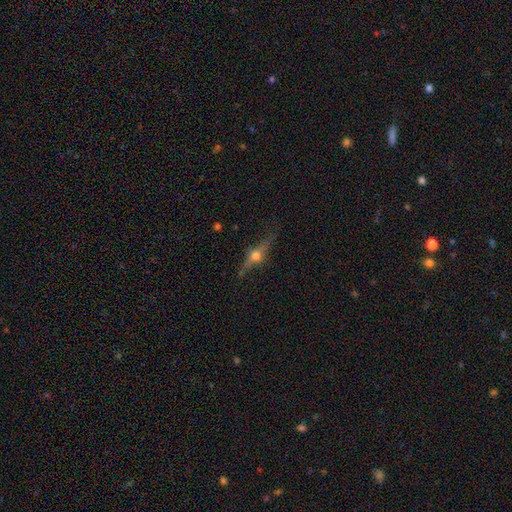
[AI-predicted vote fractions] Smooth or featured? featured or disk (69%)
Edge-on disk? yes (95%)
Edge-on bulge? rounded (96%)
Merging? none (80%)